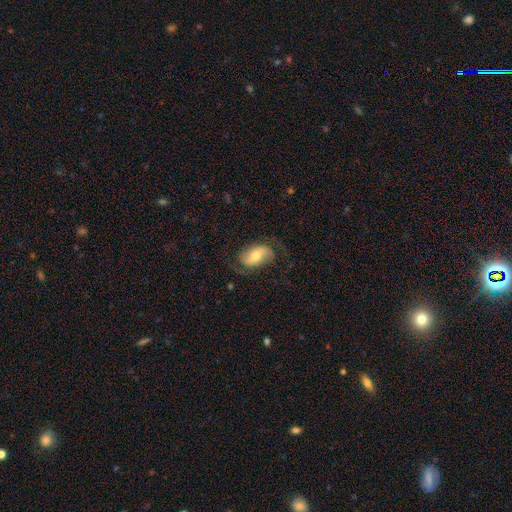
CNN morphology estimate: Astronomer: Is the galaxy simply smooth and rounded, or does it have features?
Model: featured or disk — 54% (runner-up: smooth, 39%).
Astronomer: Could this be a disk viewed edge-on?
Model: no — 94%.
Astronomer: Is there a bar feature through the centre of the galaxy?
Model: no — 40% (runner-up: weak, 37%).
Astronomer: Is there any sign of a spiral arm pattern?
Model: yes — 84%.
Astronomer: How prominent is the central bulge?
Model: moderate — 59%.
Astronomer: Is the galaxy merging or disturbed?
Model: none — 64%.